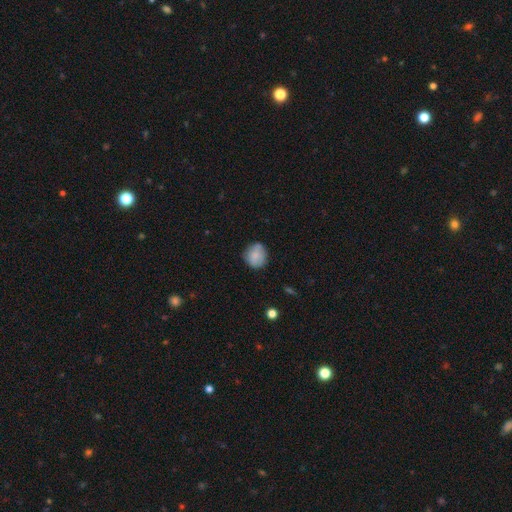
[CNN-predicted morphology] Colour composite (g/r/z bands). It shows a smooth galaxy with no disk features (79%) that is round (81%). Merging: none (74%).